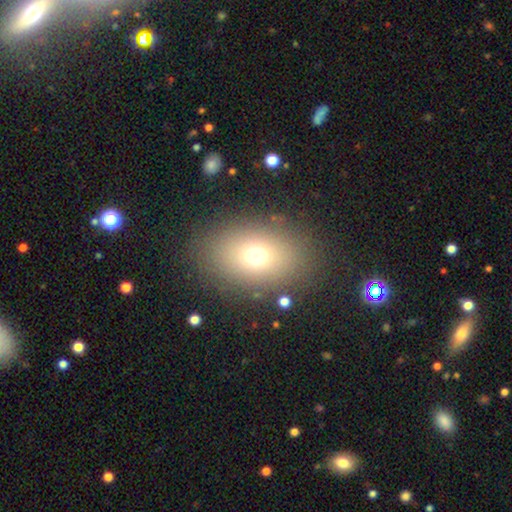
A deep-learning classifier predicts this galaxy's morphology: smooth-or-featured: smooth: 69% | star or artifact: 16% | featured or disk: 15%
  how-rounded: in between: 70% | round: 29% | cigar-shaped: 1%
  merging: none: 84% | minor disturbance: 9% | major disturbance: 5% | merger: 2%